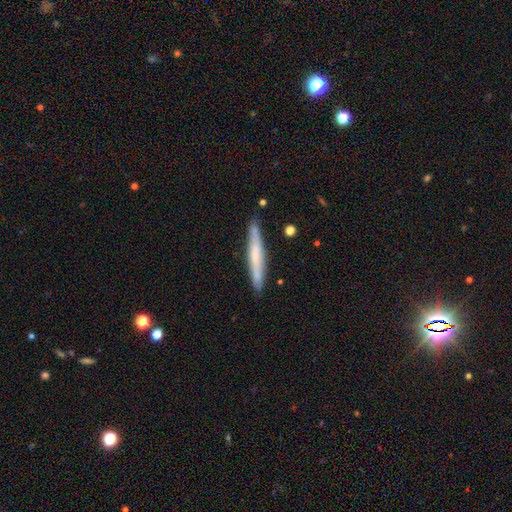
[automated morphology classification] The model was most divided on "smooth or featured": smooth: 54%, featured or disk: 40%, star or artifact: 6%. More confident: how rounded — cigar-shaped (95%); merging — none (87%).